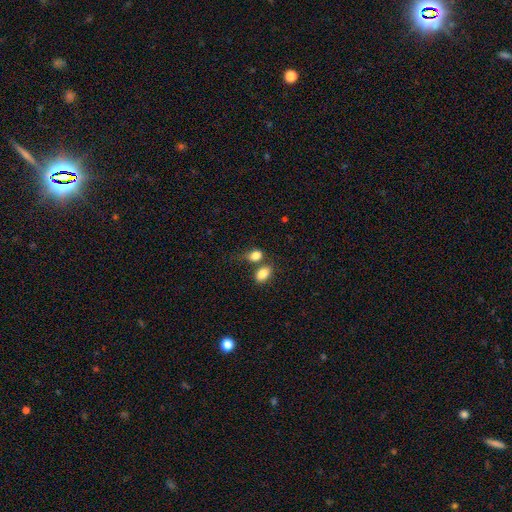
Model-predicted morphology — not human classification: The model was most divided on "merging": none: 45%, merger: 35%, minor disturbance: 14%, major disturbance: 6%. More confident: smooth or featured — smooth (84%); how rounded — in between (76%).